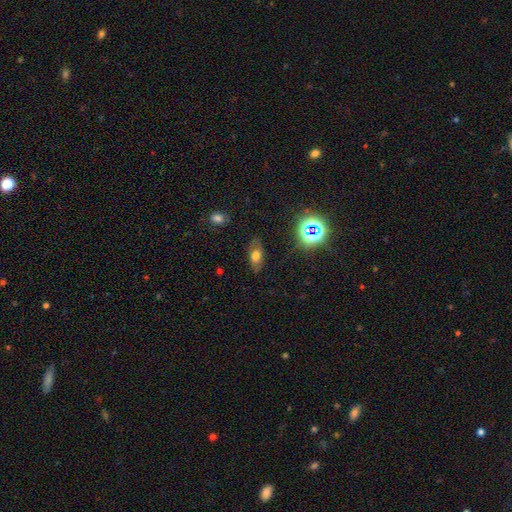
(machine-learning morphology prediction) Smooth or featured: smooth — 60% (featured or disk — 22%)
How rounded: in between — 85% (round — 9%)
Merging: none — 80% (minor disturbance — 14%)